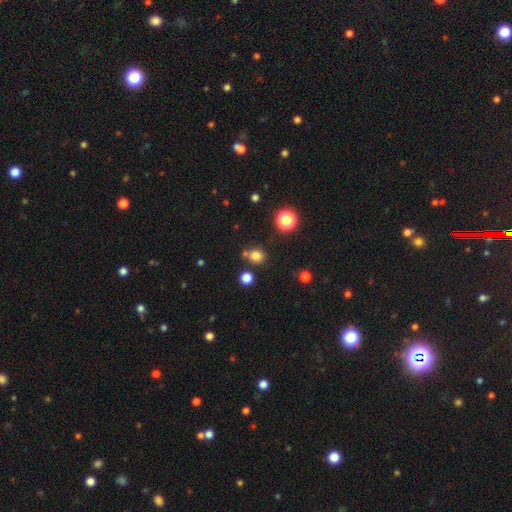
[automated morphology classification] Q: Smooth or featured?
A: smooth (79%); runner-up: star or artifact (16%)
Q: How rounded?
A: round (81%); runner-up: in between (18%)
Q: Merging?
A: none (73%); runner-up: merger (13%)